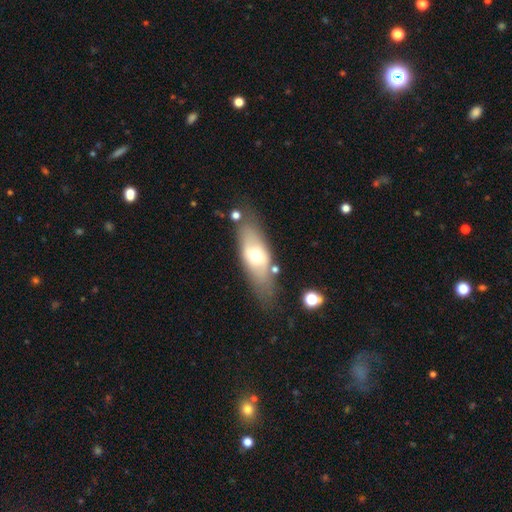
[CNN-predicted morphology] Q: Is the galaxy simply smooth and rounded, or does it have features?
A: smooth — 52%.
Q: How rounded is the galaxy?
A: in between — 70%.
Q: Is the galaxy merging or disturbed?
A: none — 71%.